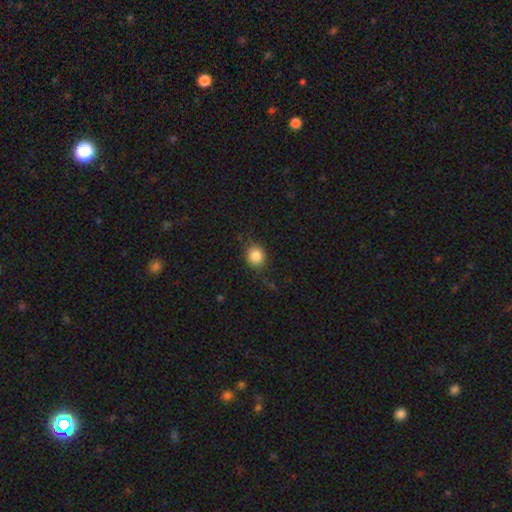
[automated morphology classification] Smooth or featured: smooth — 85% (star or artifact — 10%)
How rounded: round — 77% (in between — 22%)
Merging: none — 82% (minor disturbance — 14%)